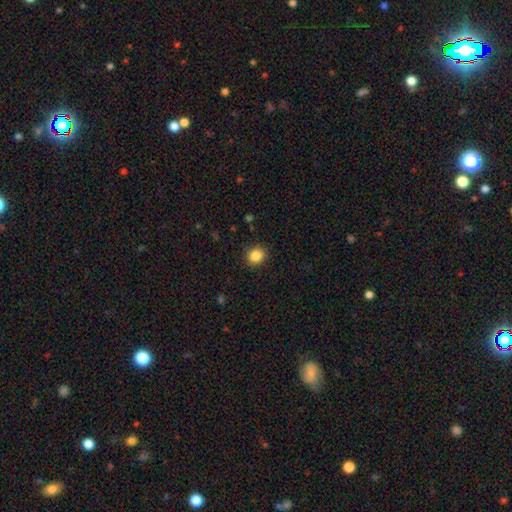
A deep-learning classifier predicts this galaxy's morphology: A smooth galaxy with no disk features (86%) that is round (79%).

Vote fractions:
- Smooth or featured? smooth: 86% / star or artifact: 10% / featured or disk: 4%
- How rounded? round: 79% / in between: 20% / cigar-shaped: 1%
- Merging? none: 90% / minor disturbance: 7% / major disturbance: 2% / merger: 1%